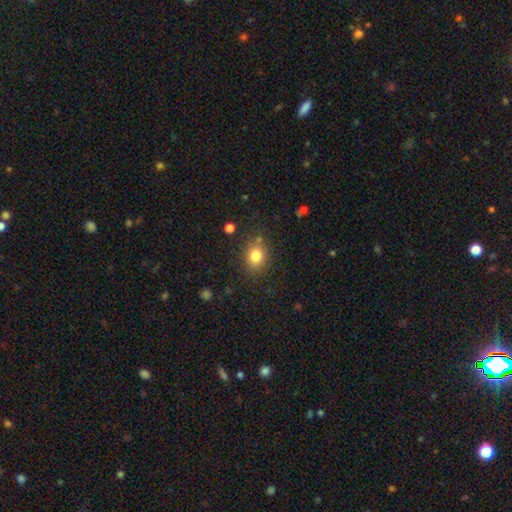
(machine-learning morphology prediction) Smooth or featured: smooth — 81% (star or artifact — 11%)
How rounded: round — 61% (in between — 38%)
Merging: none — 81% (minor disturbance — 11%)